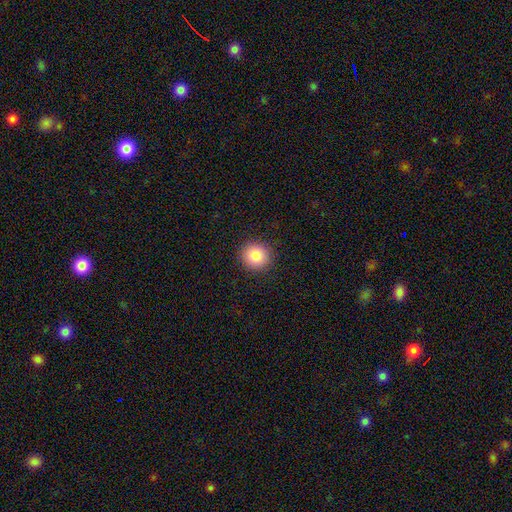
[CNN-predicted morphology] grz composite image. It shows a smooth galaxy with no disk features (85%) that is round (92%). Merging: none (92%).